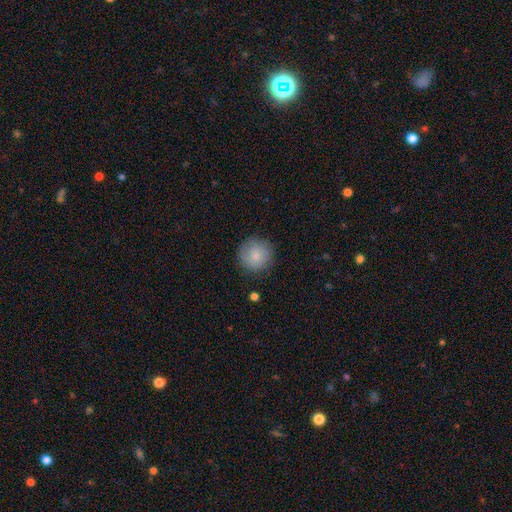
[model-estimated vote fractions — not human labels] smooth 85%, featured or disk 8%, star or artifact 7%. Down the decision tree: how rounded — round (95%); merging — none (86%).